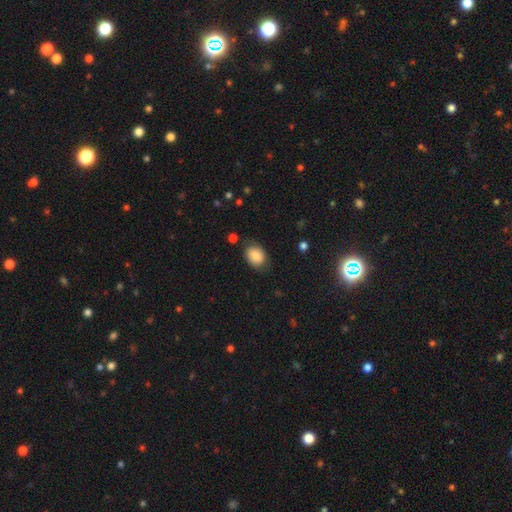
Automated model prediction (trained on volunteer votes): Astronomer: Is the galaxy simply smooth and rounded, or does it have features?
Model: smooth — 81%.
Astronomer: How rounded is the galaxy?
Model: in between — 74%.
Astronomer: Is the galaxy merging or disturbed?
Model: none — 70%.